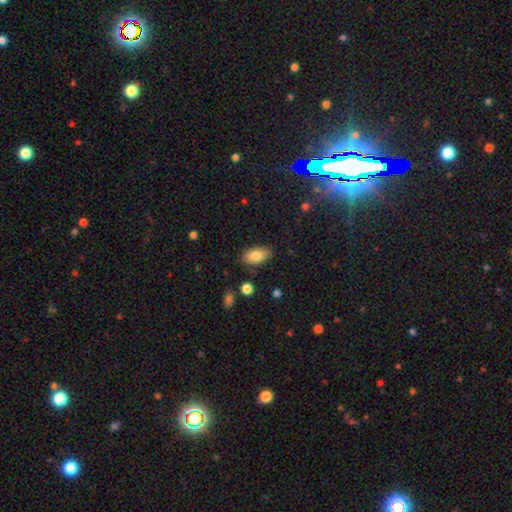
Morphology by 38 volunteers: Smooth or featured?
  - smooth: 87% *
  - featured or disk: 8%
  - star or artifact: 5%
How rounded?
  - in between: 94% *
  - round: 3%
  - cigar-shaped: 3%
Merging?
  - none: 89% *
  - minor disturbance: 6%
  - major disturbance: 6%
  - merger: 0%